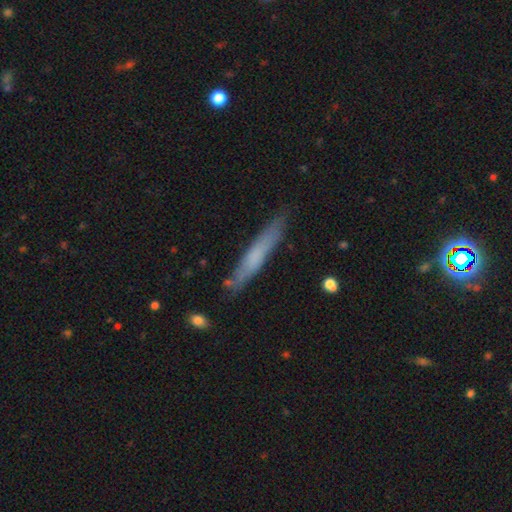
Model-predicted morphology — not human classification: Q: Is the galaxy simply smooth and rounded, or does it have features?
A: smooth — 60%.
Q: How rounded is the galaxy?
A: cigar-shaped — 94%.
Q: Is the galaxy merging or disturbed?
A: none — 82%.